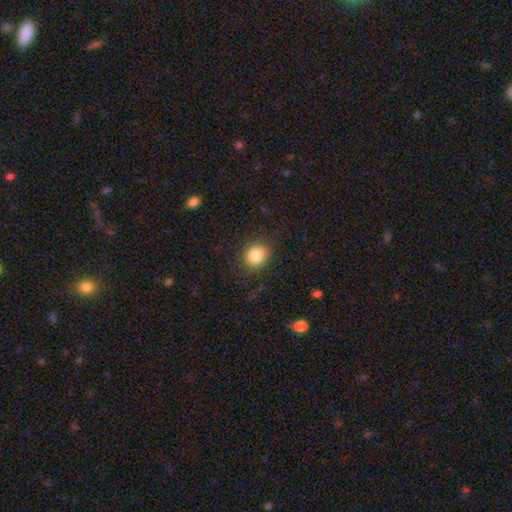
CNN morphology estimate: Smooth or featured?
  - smooth: 85% *
  - star or artifact: 10%
  - featured or disk: 5%
How rounded?
  - round: 79% *
  - in between: 20%
  - cigar-shaped: 1%
Merging?
  - none: 84% *
  - minor disturbance: 11%
  - major disturbance: 4%
  - merger: 1%